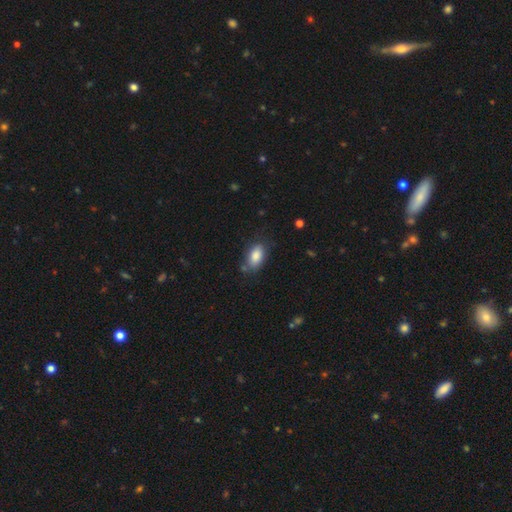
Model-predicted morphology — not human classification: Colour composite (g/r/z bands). It shows a smooth galaxy with no disk features (86%) that is in between round and cigar-shaped (91%). Merging: none (72%).